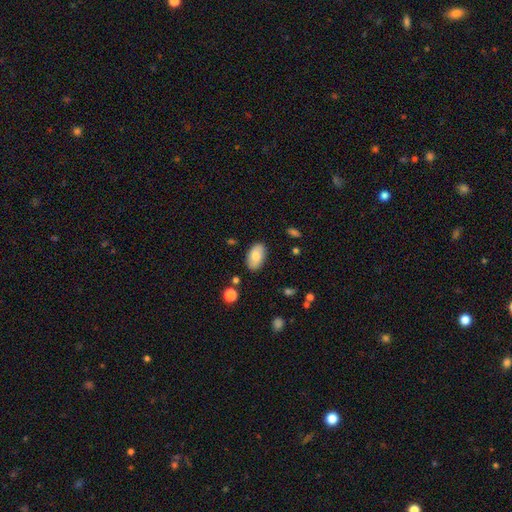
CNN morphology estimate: Smooth or featured? Predicted: smooth (p=0.77). How rounded? Predicted: in between (p=0.94). Merging? Predicted: none (p=0.84).